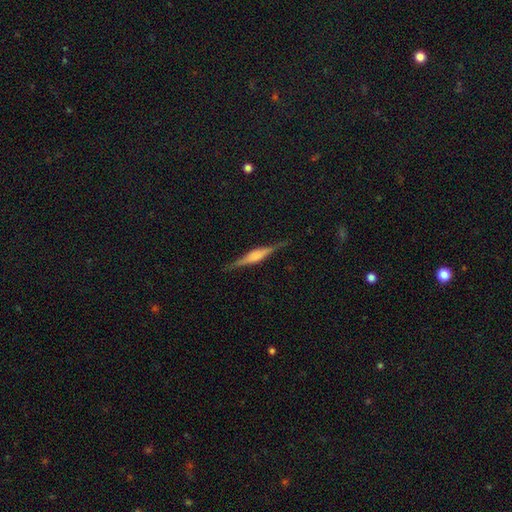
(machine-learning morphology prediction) smooth-or-featured: featured or disk: 74% | smooth: 19% | star or artifact: 6%
  disk-edge-on: yes: 98% | no: 2%
    edge-on-bulge: rounded: 56% | boxy: 37% | none: 7%
  merging: none: 86% | minor disturbance: 10% | major disturbance: 3% | merger: 1%